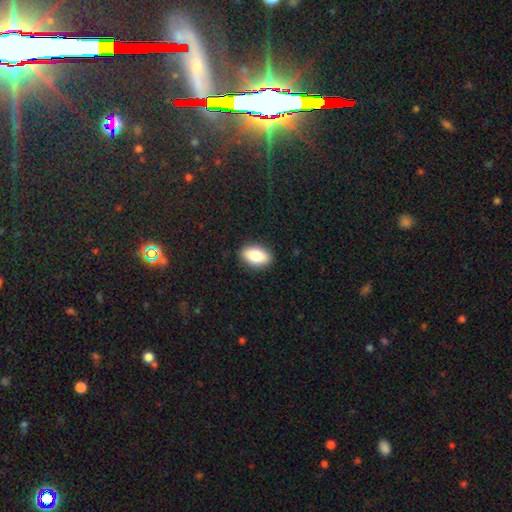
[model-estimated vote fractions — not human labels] Overall: smooth (84%). How rounded: in between (91%). Merging: none (89%).